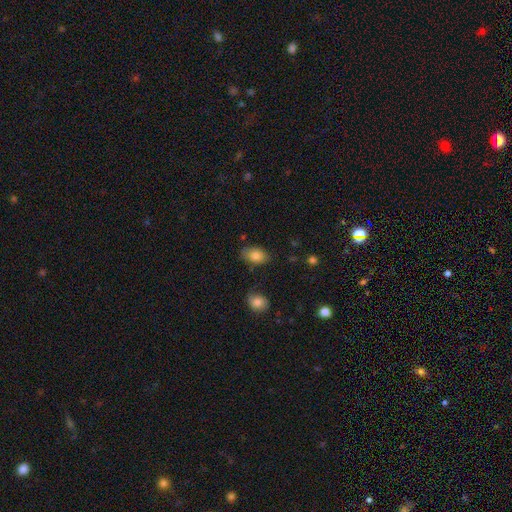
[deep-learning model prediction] smooth-or-featured: smooth: 82% | featured or disk: 10% | star or artifact: 8%
  how-rounded: in between: 88% | round: 10% | cigar-shaped: 1%
  merging: none: 76% | minor disturbance: 17% | major disturbance: 4% | merger: 3%